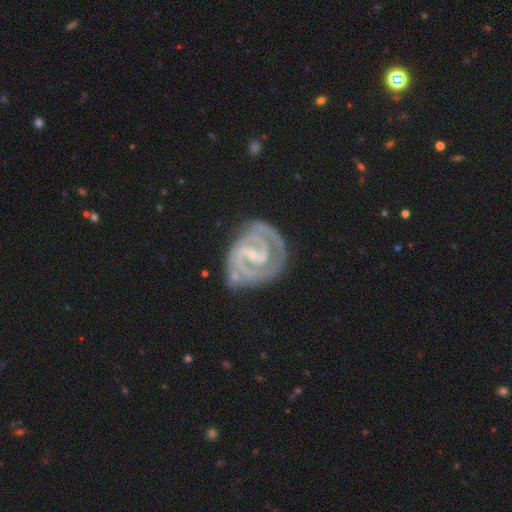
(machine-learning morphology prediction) type=featured or disk (89%); edge-on=no (97%); bar=weak (47%); spiral arms=yes (97%); winding=tight (67%); arm count=2 (76%); bulge=small (67%); merging=none (72%).